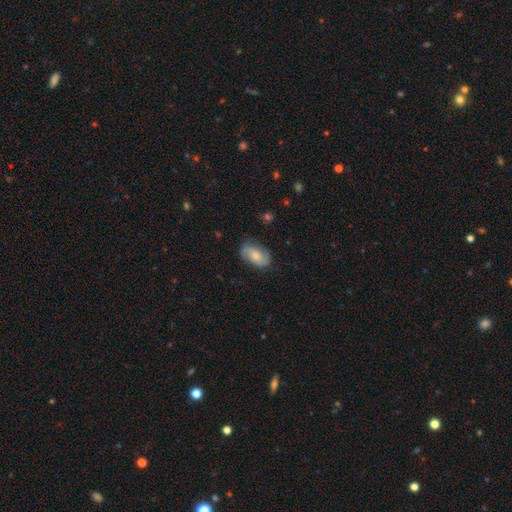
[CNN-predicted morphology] A featured or disk galaxy (47%). Merging: none (76%).